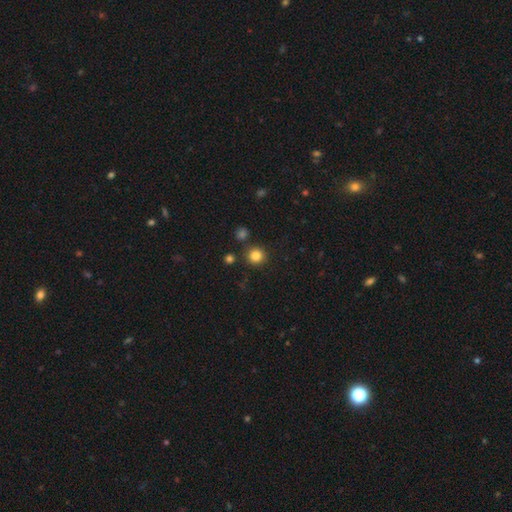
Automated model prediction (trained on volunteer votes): A smooth galaxy with no disk features (84%) that is round (93%).

Vote fractions:
- Smooth or featured? smooth: 84% / star or artifact: 12% / featured or disk: 4%
- How rounded? round: 93% / in between: 6% / cigar-shaped: 1%
- Merging? none: 86% / minor disturbance: 6% / merger: 5% / major disturbance: 2%